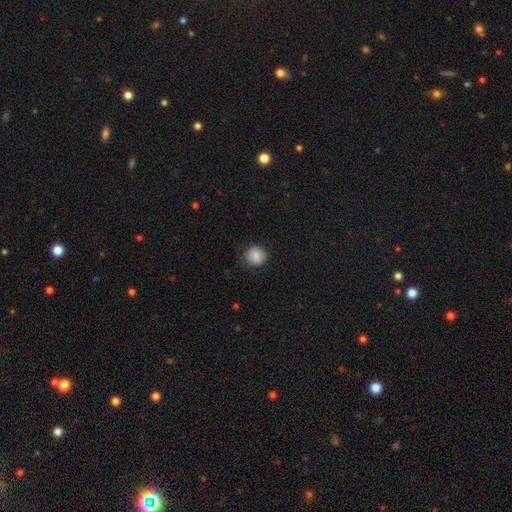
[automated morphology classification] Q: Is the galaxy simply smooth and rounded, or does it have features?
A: smooth — 84%.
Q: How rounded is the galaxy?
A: round — 84%.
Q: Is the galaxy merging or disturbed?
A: none — 77%.